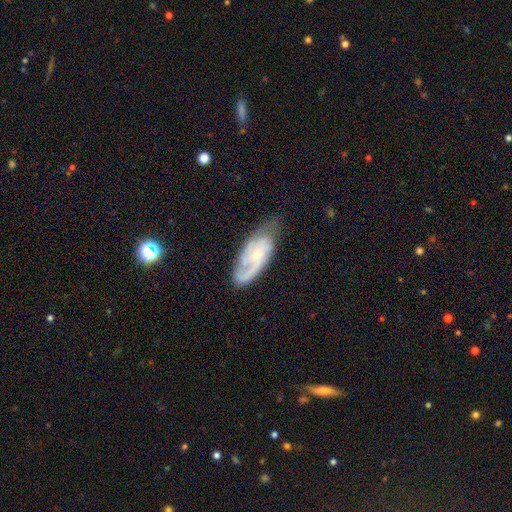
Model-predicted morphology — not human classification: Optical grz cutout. It shows a featured or disk galaxy (77%) with no bar (64%), 2 (51%) medium (44%) spiral arms (93%) and a small central bulge (71%). Merging: none (58%).